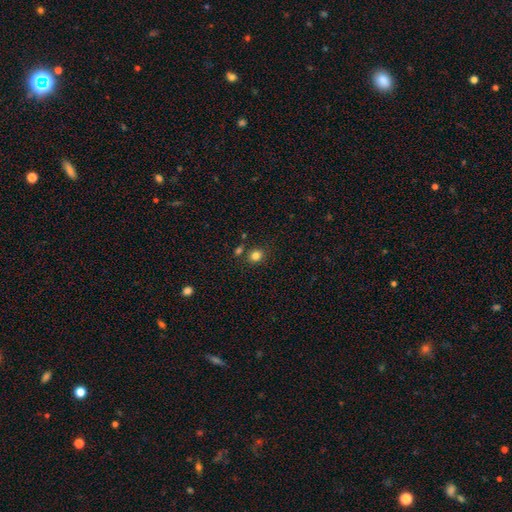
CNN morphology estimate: smooth_or_featured: smooth (p=0.82) [alt: star or artifact p=0.13]
how_rounded: round (p=0.74) [alt: in between p=0.25]
merging: none (p=0.79) [alt: minor disturbance p=0.09]